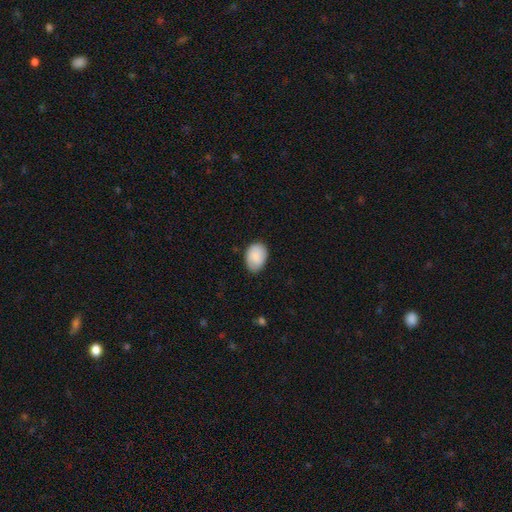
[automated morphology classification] Q: Smooth or featured?
A: smooth (83%); runner-up: featured or disk (11%)
Q: How rounded?
A: in between (80%); runner-up: round (19%)
Q: Merging?
A: none (77%); runner-up: minor disturbance (19%)